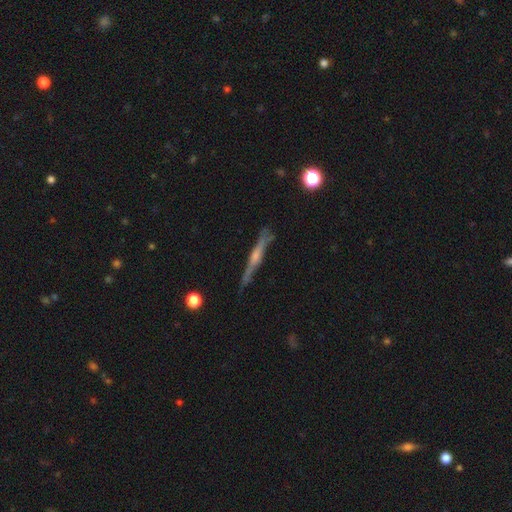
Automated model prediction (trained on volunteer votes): Smooth or featured? Predicted: featured or disk (p=0.69). Edge-on disk? Predicted: yes (p=0.94). Edge-on bulge? Predicted: rounded (p=0.80). Merging? Predicted: none (p=0.86).